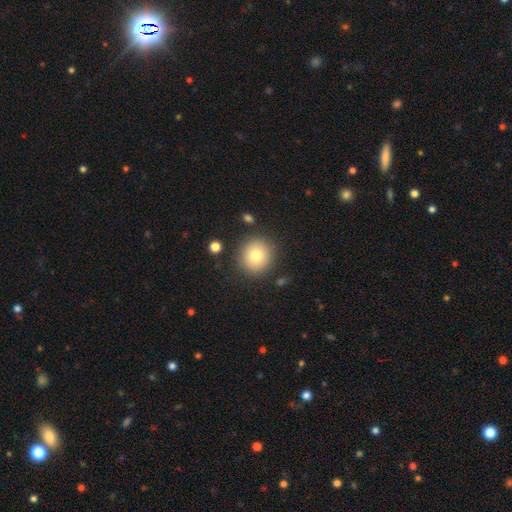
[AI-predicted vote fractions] A smooth galaxy with no disk features (79%) that is round (92%).

Vote fractions:
- Smooth or featured? smooth: 79% / star or artifact: 11% / featured or disk: 10%
- How rounded? round: 92% / in between: 7% / cigar-shaped: 1%
- Merging? none: 87% / minor disturbance: 8% / major disturbance: 3% / merger: 2%